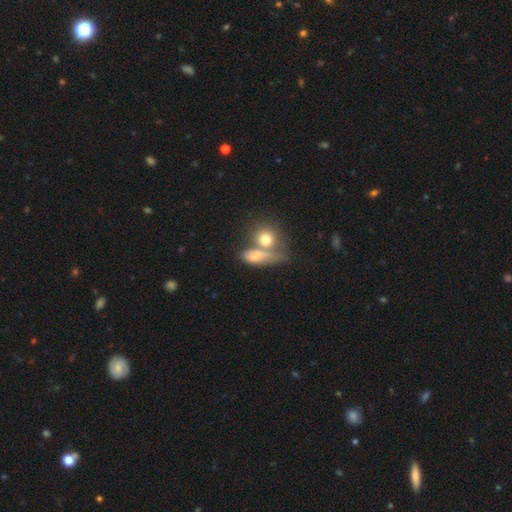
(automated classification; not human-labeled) smooth_or_featured: smooth (p=0.73) [alt: featured or disk p=0.17]
how_rounded: in between (p=0.61) [alt: round p=0.28]
merging: merger (p=0.46) [alt: none p=0.31]